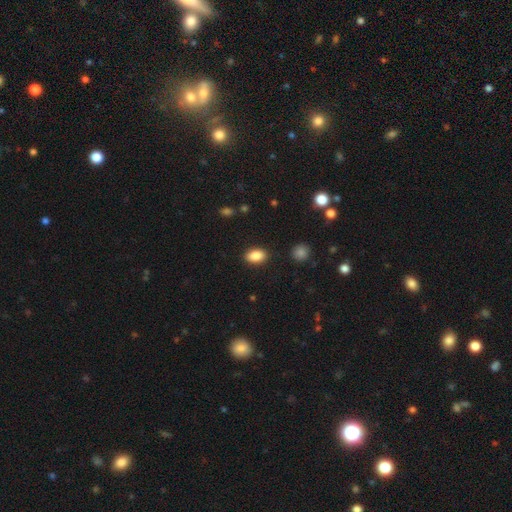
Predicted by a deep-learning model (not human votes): smooth_or_featured: smooth (p=0.87) [alt: star or artifact p=0.08]
how_rounded: in between (p=0.86) [alt: round p=0.13]
merging: none (p=0.88) [alt: minor disturbance p=0.08]